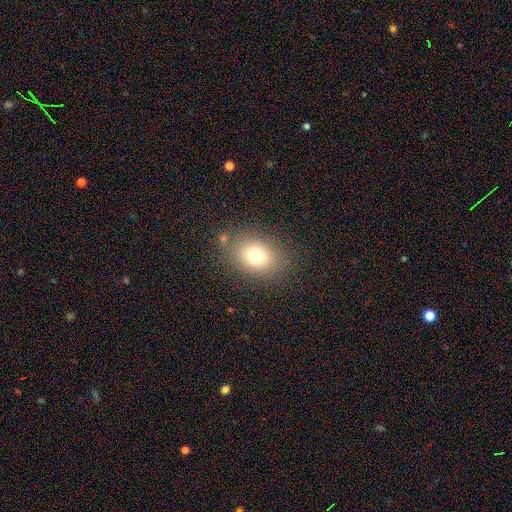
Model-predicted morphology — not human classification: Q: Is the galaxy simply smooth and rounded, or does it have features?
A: smooth — 75%.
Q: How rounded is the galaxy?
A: in between — 62%.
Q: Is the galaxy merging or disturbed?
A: none — 80%.